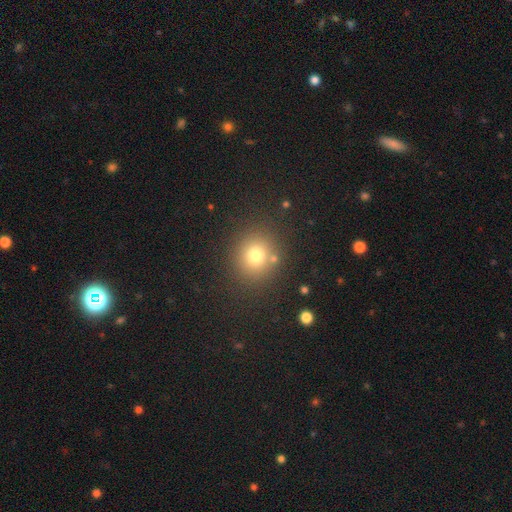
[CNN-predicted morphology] Smooth or featured? Predicted: smooth (p=0.75). How rounded? Predicted: round (p=0.87). Merging? Predicted: none (p=0.82).